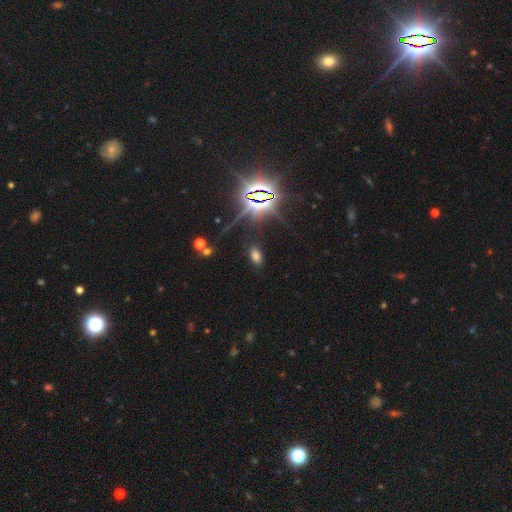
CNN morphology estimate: smooth-or-featured: smooth: 58% | star or artifact: 33% | featured or disk: 8%
  how-rounded: in between: 91% | round: 6% | cigar-shaped: 4%
  merging: none: 82% | minor disturbance: 11% | major disturbance: 4% | merger: 2%